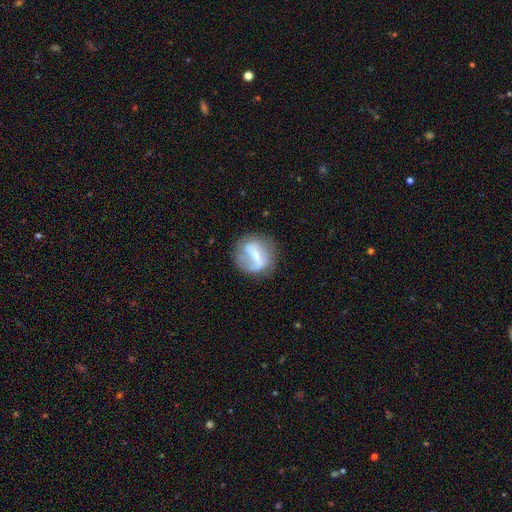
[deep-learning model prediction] Morphology: type=featured or disk (60%); edge-on=no (95%); bar=strong (43%); spiral arms=yes (61%); bulge=small (54%); merging=none (64%).